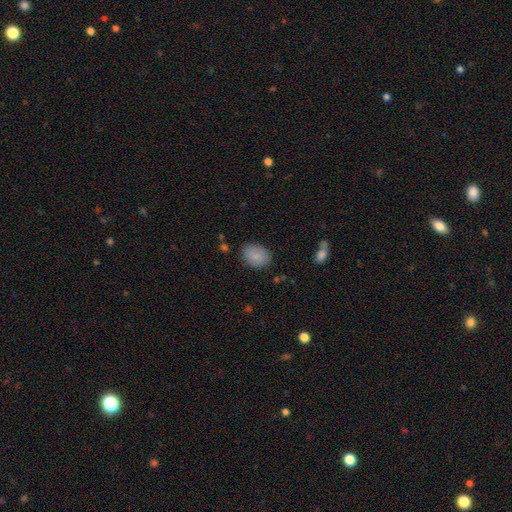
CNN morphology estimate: smooth 87%, star or artifact 7%, featured or disk 6%. Down the decision tree: how rounded — in between (70%); merging — none (83%).